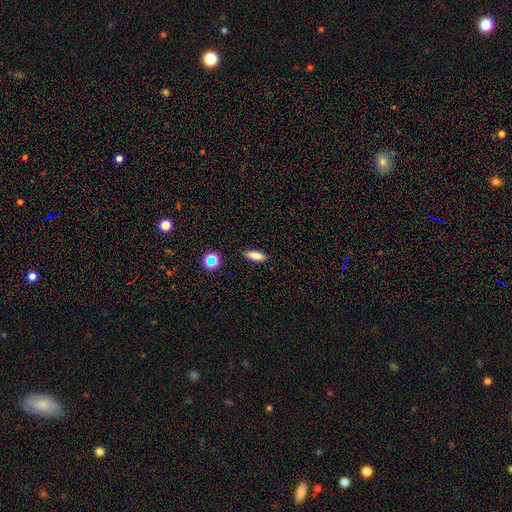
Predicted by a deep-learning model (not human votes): A smooth galaxy with no disk features (80%) that is in between round and cigar-shaped (70%).

Vote fractions:
- Smooth or featured? smooth: 80% / star or artifact: 11% / featured or disk: 9%
- How rounded? in between: 70% / cigar-shaped: 27% / round: 4%
- Merging? none: 87% / minor disturbance: 9% / major disturbance: 2% / merger: 2%